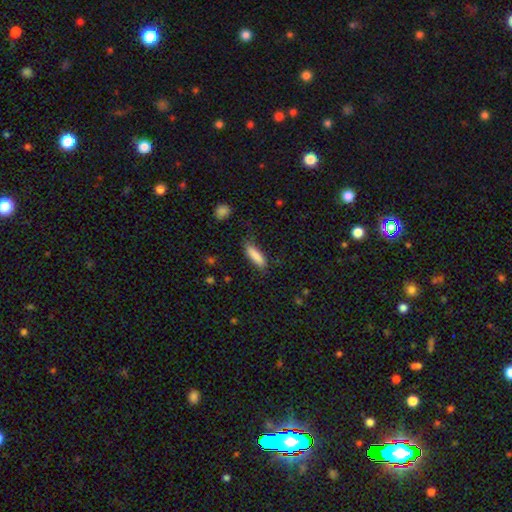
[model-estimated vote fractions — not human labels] The model was most divided on "how rounded": cigar-shaped: 53%, in between: 45%, round: 2%. More confident: smooth or featured — smooth (86%); merging — none (70%).